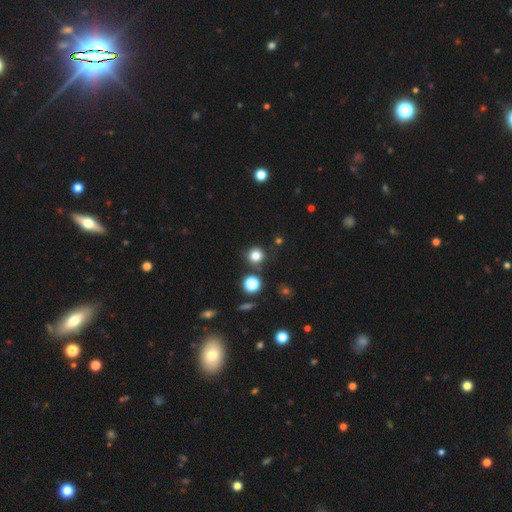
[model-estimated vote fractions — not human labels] The model was most divided on "smooth or featured": smooth: 79%, star or artifact: 15%, featured or disk: 5%. More confident: how rounded — round (91%); merging — none (81%).